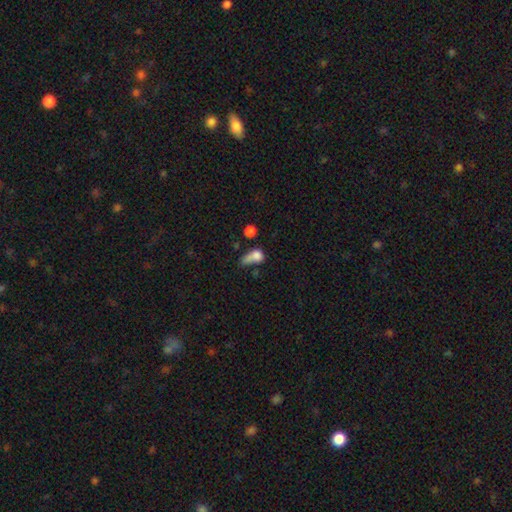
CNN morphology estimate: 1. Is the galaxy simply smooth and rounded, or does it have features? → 74% smooth, 14% featured or disk, 12% star or artifact.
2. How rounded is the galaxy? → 56% in between, 38% round, 6% cigar-shaped.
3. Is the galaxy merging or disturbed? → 31% merger, 26% major disturbance, 25% none, 18% minor disturbance.